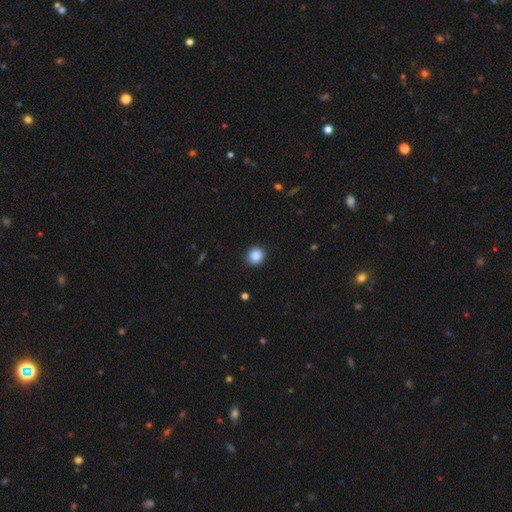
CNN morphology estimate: smooth 88%, star or artifact 9%, featured or disk 3%. Down the decision tree: how rounded — round (88%); merging — none (91%).